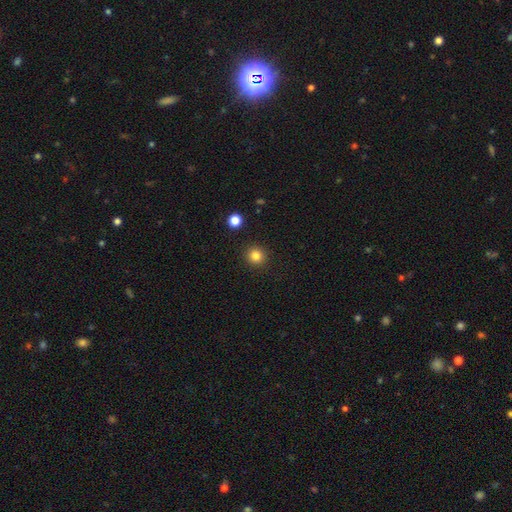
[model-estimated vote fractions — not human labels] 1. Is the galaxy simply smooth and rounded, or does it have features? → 84% smooth, 12% star or artifact, 5% featured or disk.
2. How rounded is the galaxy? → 92% round, 7% in between, 1% cigar-shaped.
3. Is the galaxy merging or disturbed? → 91% none, 5% minor disturbance, 2% major disturbance, 2% merger.